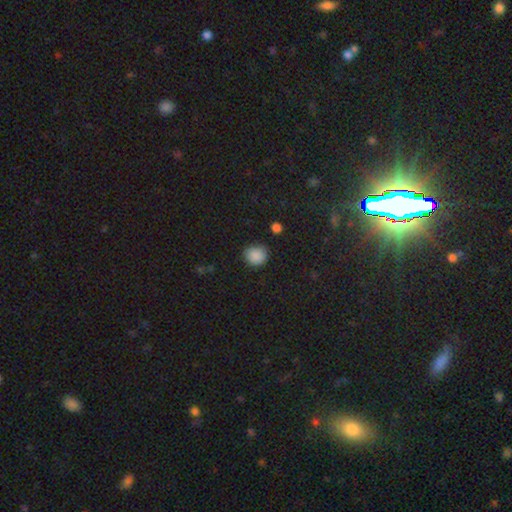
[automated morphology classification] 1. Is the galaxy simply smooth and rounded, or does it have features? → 87% smooth, 10% star or artifact, 3% featured or disk.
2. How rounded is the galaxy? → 82% round, 17% in between, 1% cigar-shaped.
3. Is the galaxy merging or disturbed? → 80% none, 14% minor disturbance, 3% major disturbance, 2% merger.